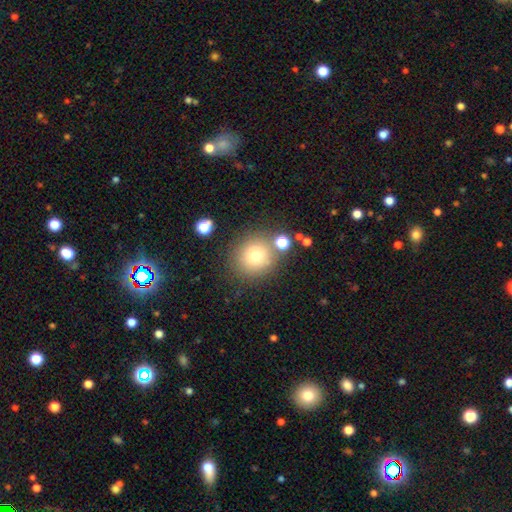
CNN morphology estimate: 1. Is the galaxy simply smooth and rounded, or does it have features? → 73% smooth, 14% star or artifact, 13% featured or disk.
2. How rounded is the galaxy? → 87% round, 12% in between, 1% cigar-shaped.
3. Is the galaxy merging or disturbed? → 75% none, 11% minor disturbance, 9% merger, 5% major disturbance.